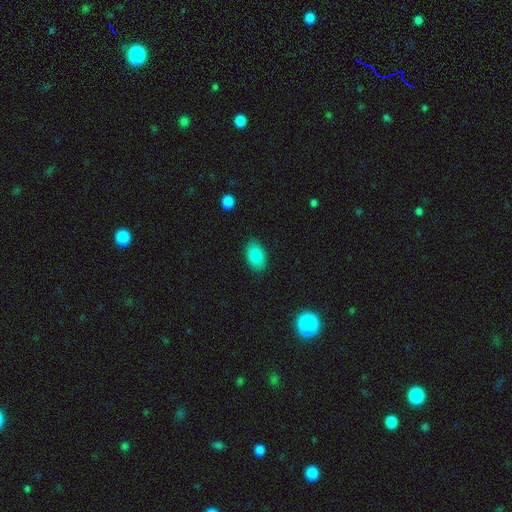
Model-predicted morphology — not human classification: smooth-or-featured: smooth: 81% | featured or disk: 11% | star or artifact: 8%
  how-rounded: in between: 88% | round: 11% | cigar-shaped: 1%
  merging: none: 87% | minor disturbance: 10% | major disturbance: 2% | merger: 1%